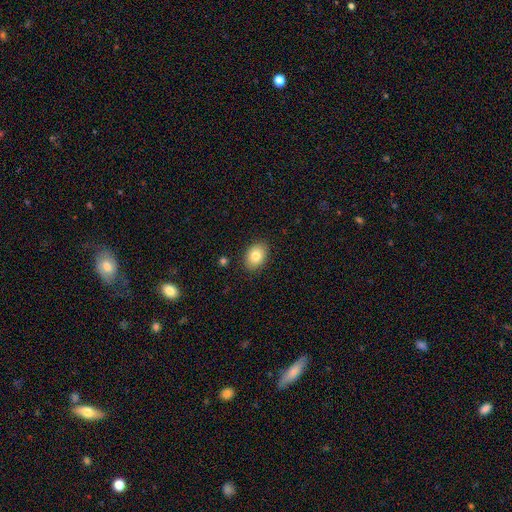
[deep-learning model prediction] Overall: smooth (83%). How rounded: in between (78%). Merging: none (88%).